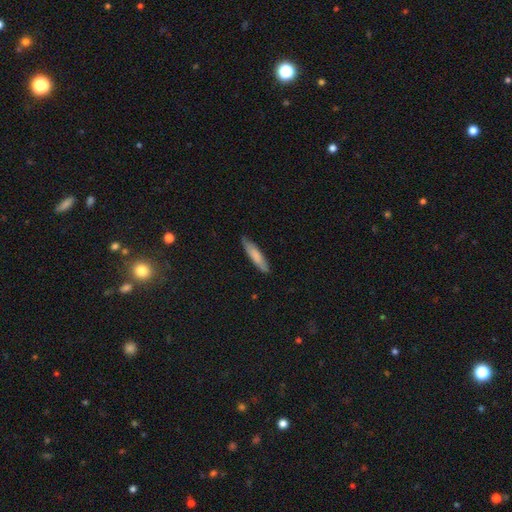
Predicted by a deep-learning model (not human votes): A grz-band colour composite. It shows a smooth galaxy with no disk features (78%) that is cigar-shaped (83%). Merging: none (85%).